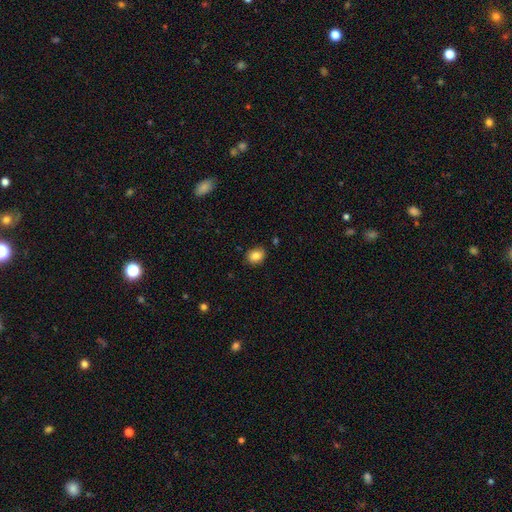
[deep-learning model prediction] A smooth galaxy with no disk features (84%) that is round (57%).

Vote fractions:
- Smooth or featured? smooth: 84% / star or artifact: 10% / featured or disk: 7%
- How rounded? round: 57% / in between: 42% / cigar-shaped: 1%
- Merging? none: 86% / minor disturbance: 10% / major disturbance: 2% / merger: 2%